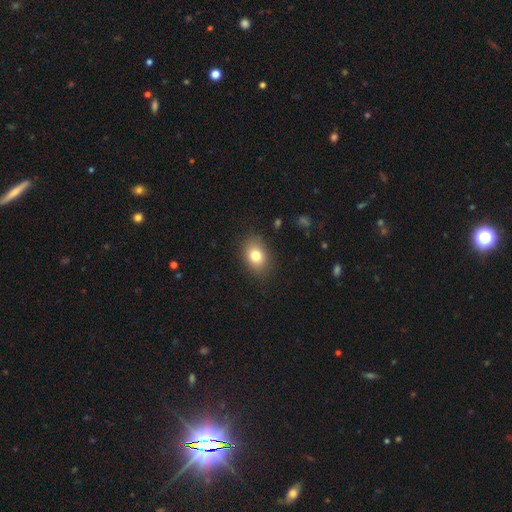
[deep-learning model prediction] A smooth galaxy with no disk features (79%) that is in between round and cigar-shaped (72%).

Vote fractions:
- Smooth or featured? smooth: 79% / featured or disk: 11% / star or artifact: 10%
- How rounded? in between: 72% / round: 26% / cigar-shaped: 1%
- Merging? none: 86% / minor disturbance: 10% / major disturbance: 3% / merger: 1%